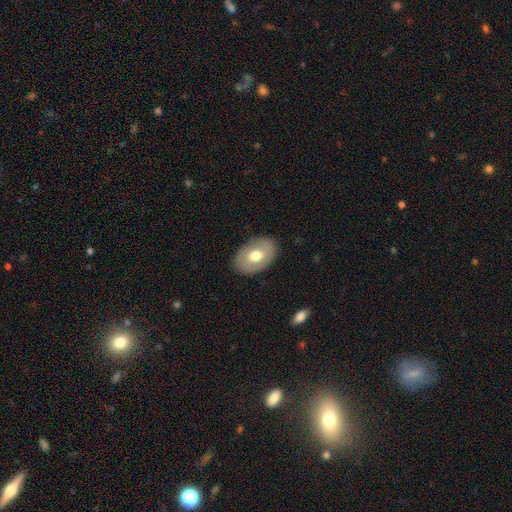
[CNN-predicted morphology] smooth 64%, featured or disk 30%, star or artifact 6%. Down the decision tree: how rounded — in between (83%); merging — none (85%).